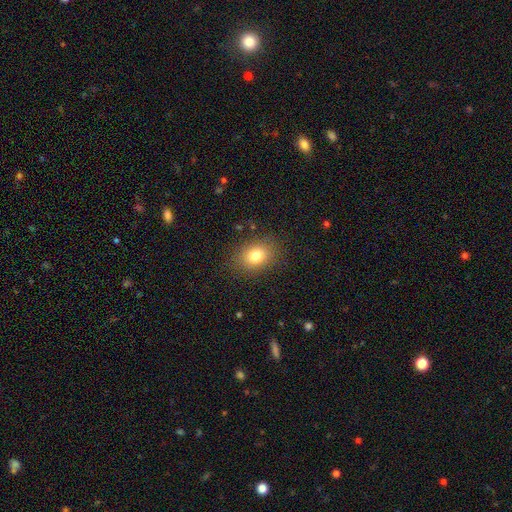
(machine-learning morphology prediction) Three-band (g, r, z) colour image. It shows a smooth galaxy with no disk features (80%) that is in between round and cigar-shaped (63%). Merging: none (85%).